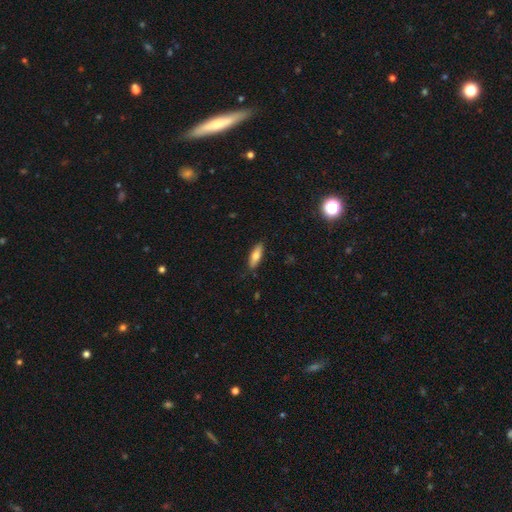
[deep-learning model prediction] The model was most divided on "how rounded": in between: 55%, cigar-shaped: 43%, round: 2%. More confident: merging — none (86%); smooth or featured — smooth (72%).